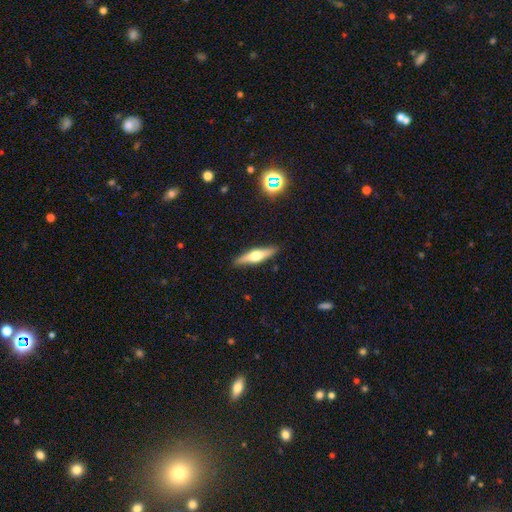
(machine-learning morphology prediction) Overall: featured or disk (61%; smooth 33%). Edge-on disk: yes (96%). Edge-on bulge: rounded (93%). Merging: none (89%).